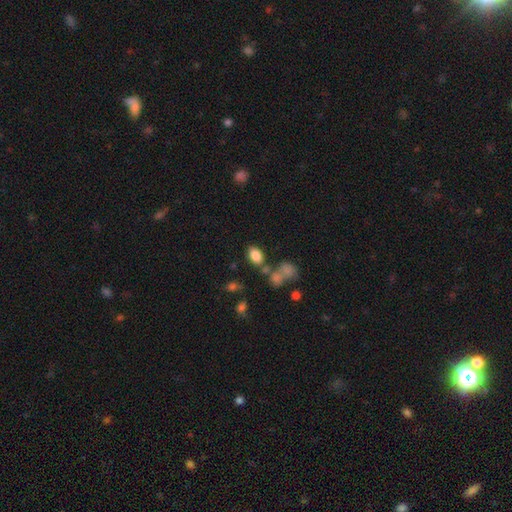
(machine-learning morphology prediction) This is clearly a smooth galaxy (83%). How rounded: clearly in between (87%). Merging: likely none (70%).